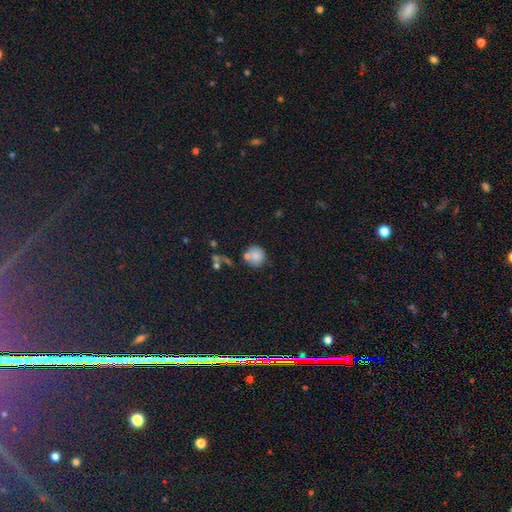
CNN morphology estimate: A smooth galaxy with no disk features (80%) that is round (88%). Merging: none (62%).